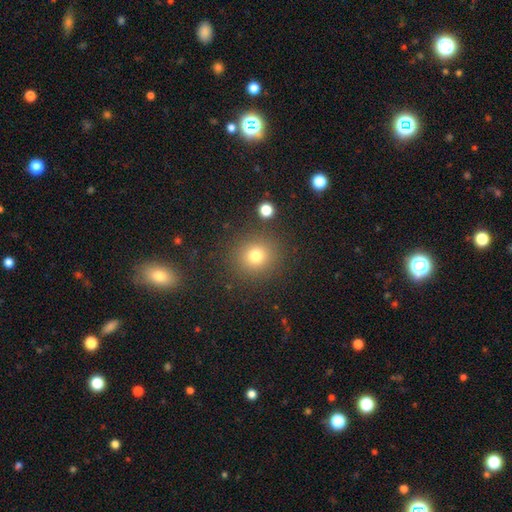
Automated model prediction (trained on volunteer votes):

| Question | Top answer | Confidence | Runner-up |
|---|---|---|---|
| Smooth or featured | smooth | 76% | star or artifact (15%) |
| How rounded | round | 89% | in between (10%) |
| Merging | none | 86% | minor disturbance (7%) |